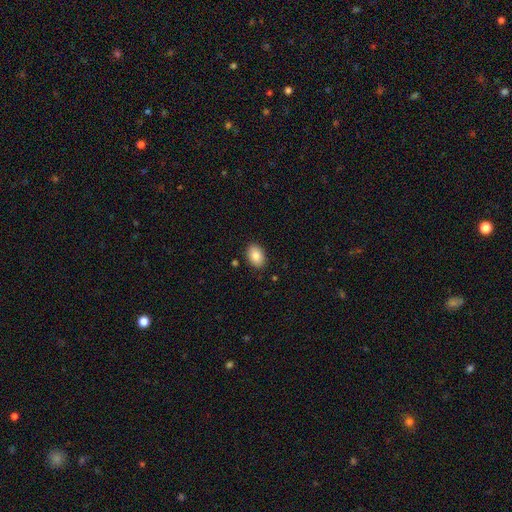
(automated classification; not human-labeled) Smooth or featured? smooth (86%)
How rounded? in between (83%)
Merging? none (89%)